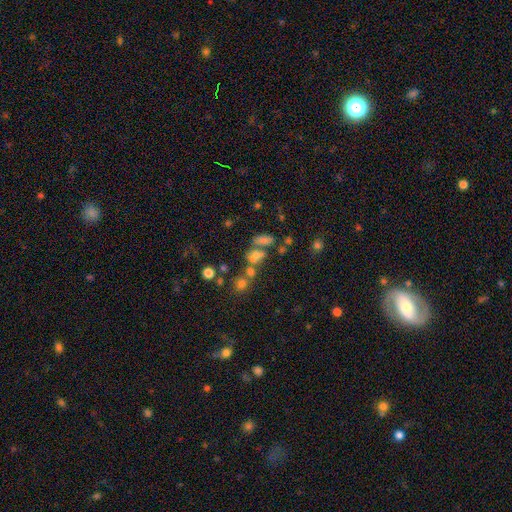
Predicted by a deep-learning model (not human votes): This is possibly a smooth galaxy (56%). How rounded: possibly in between (55%). Merging: marginally none (41%).